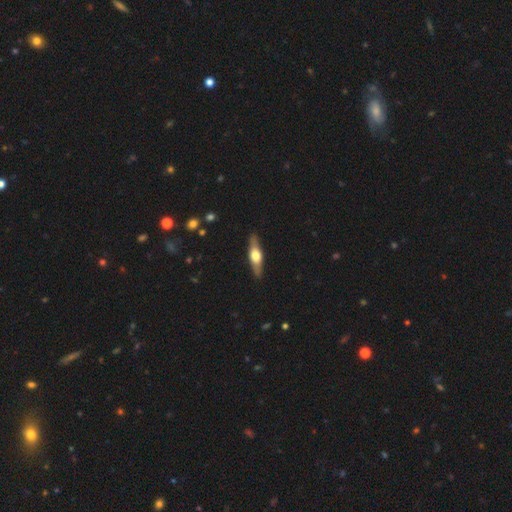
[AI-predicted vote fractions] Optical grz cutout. It shows a featured or disk galaxy (57%) viewed edge-on (92%) with a rounded central bulge (94%). Merging: none (89%).